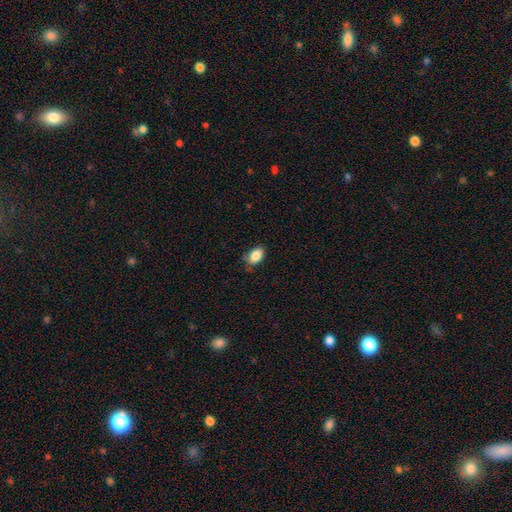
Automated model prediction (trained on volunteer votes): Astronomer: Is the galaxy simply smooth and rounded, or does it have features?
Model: smooth — 86%.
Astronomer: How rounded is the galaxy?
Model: in between — 88%.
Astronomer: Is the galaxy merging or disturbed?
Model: none — 71%.